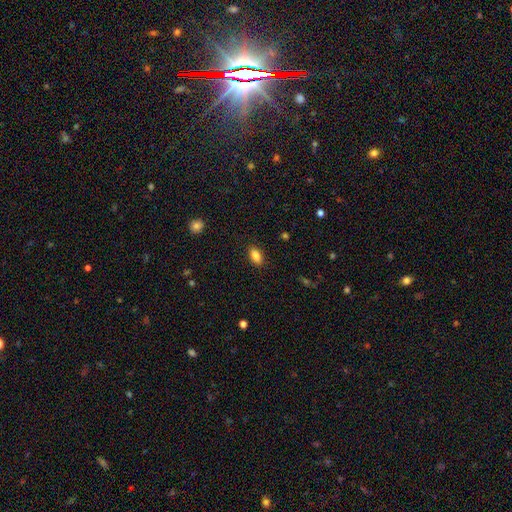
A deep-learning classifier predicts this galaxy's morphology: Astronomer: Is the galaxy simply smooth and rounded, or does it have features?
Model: smooth — 85%.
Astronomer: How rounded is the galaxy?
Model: in between — 88%.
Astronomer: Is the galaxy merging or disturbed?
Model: none — 88%.